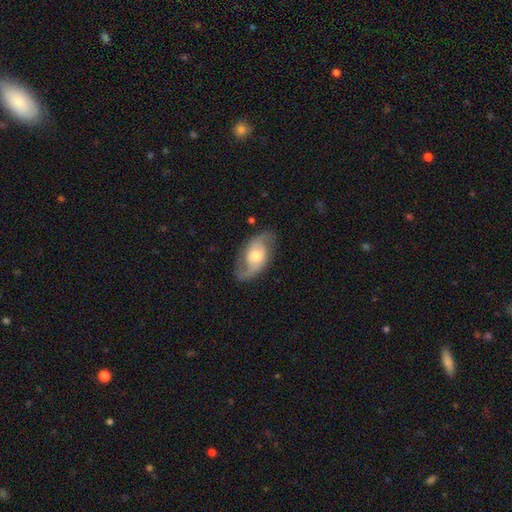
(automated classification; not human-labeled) The model was most divided on "spiral winding": medium: 47%, loose: 35%, tight: 18%. More confident: edge-on disk — no (95%); spiral arms — yes (91%); spiral arm count — 2 (89%); smooth or featured — featured or disk (78%); merging — none (77%); bulge size — moderate (61%); bar — no (60%).